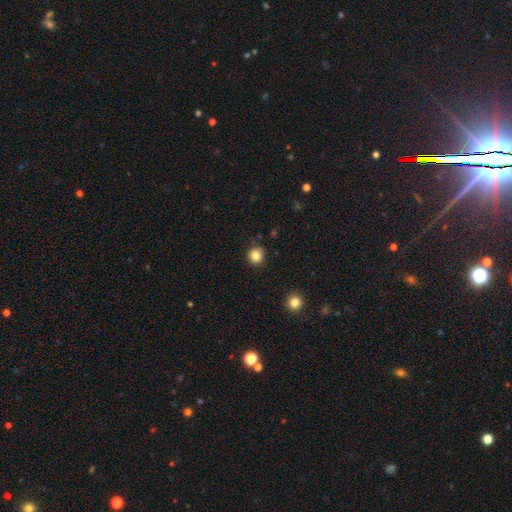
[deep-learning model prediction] Smooth or featured? Predicted: smooth (p=0.84). How rounded? Predicted: round (p=0.91). Merging? Predicted: none (p=0.88).